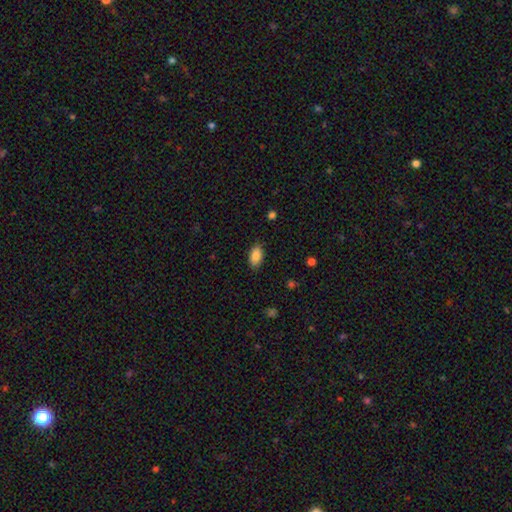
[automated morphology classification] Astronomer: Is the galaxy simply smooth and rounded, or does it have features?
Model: smooth — 86%.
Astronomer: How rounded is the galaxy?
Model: in between — 93%.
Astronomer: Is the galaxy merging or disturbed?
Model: none — 86%.